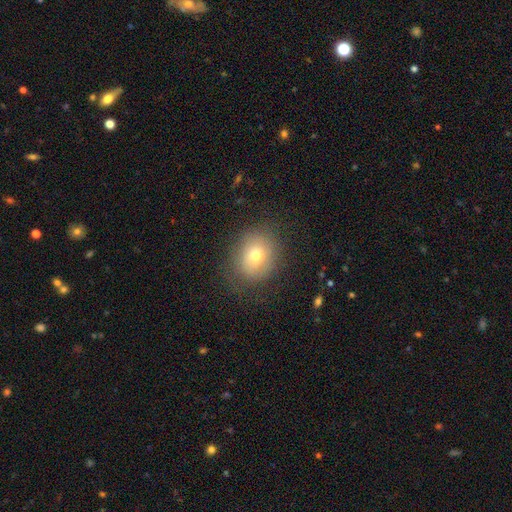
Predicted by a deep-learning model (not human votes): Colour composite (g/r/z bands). It shows a smooth galaxy with no disk features (71%) that is round (65%). Merging: none (79%).